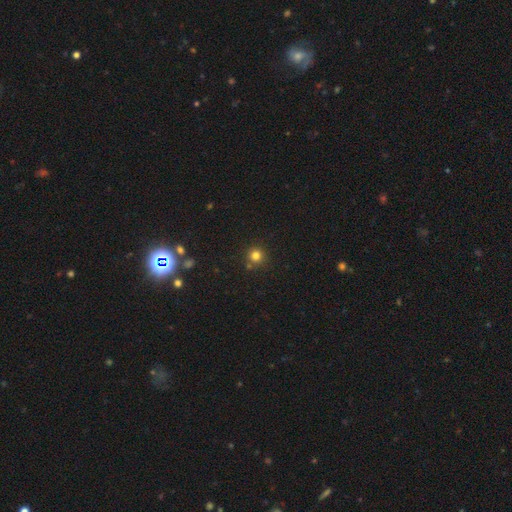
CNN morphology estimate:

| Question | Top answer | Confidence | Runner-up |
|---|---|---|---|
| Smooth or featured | smooth | 79% | star or artifact (15%) |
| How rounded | round | 94% | in between (5%) |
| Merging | none | 83% | minor disturbance (7%) |